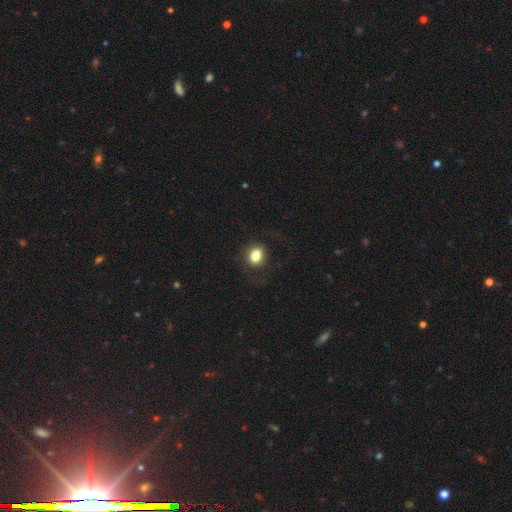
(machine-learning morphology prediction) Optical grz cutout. It shows a smooth galaxy with no disk features (82%) that is round (51%). Merging: none (80%).